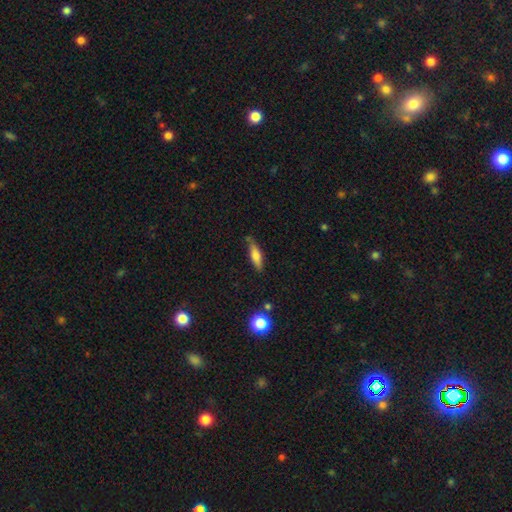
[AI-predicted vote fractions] This appears to be a smooth galaxy with no disk features (69%) that is cigar-shaped (58%). Merging: none (73%).